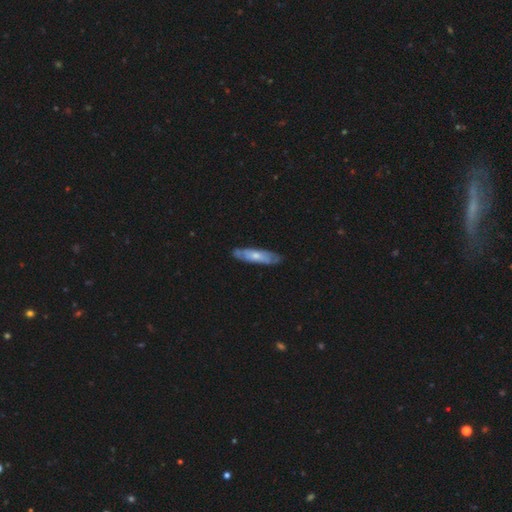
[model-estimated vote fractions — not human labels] The model was most divided on "smooth or featured": featured or disk: 54%, smooth: 41%, star or artifact: 5%. More confident: merging — none (78%); edge-on disk — no (59%).